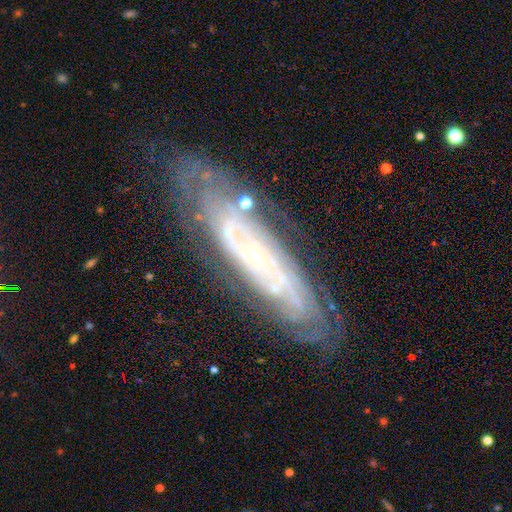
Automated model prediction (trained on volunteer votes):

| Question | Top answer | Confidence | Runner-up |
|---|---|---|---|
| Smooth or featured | featured or disk | 81% | smooth (11%) |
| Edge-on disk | no | 80% | yes (20%) |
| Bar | no | 73% | weak (19%) |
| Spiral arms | yes | 92% | no (8%) |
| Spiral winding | tight | 75% | medium (20%) |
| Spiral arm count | can't tell | 51% | 2 (16%) |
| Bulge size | small | 83% | moderate (12%) |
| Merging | none | 76% | minor disturbance (16%) |